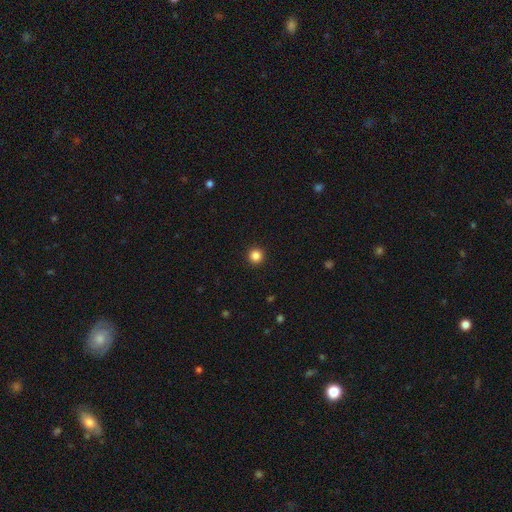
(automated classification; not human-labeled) Q: Smooth or featured?
A: smooth (85%); runner-up: star or artifact (12%)
Q: How rounded?
A: round (96%); runner-up: in between (3%)
Q: Merging?
A: none (94%); runner-up: minor disturbance (4%)